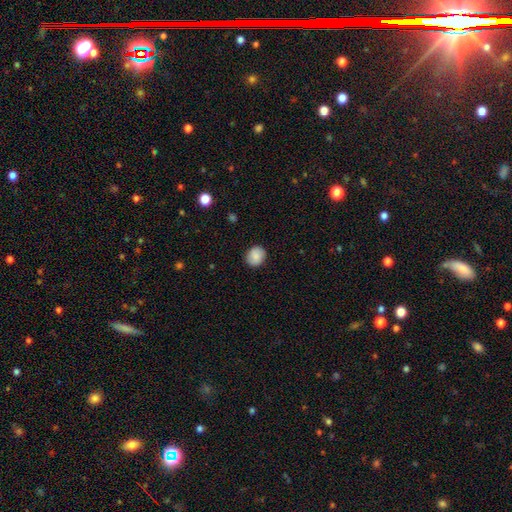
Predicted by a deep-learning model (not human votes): This is clearly a smooth galaxy (87%). How rounded: likely round (74%). Merging: clearly none (89%).